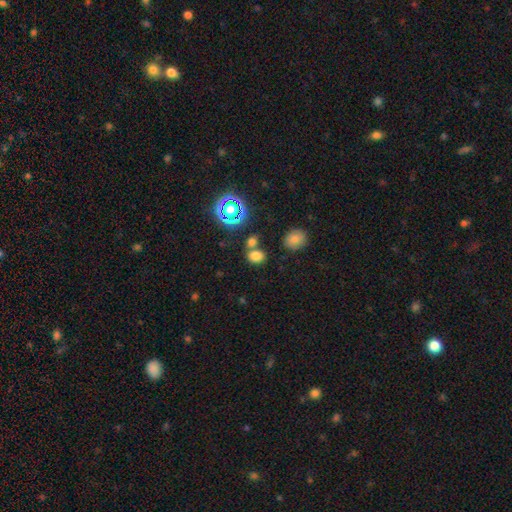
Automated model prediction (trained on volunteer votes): Smooth or featured? smooth (73%)
How rounded? in between (55%)
Merging? none (62%)